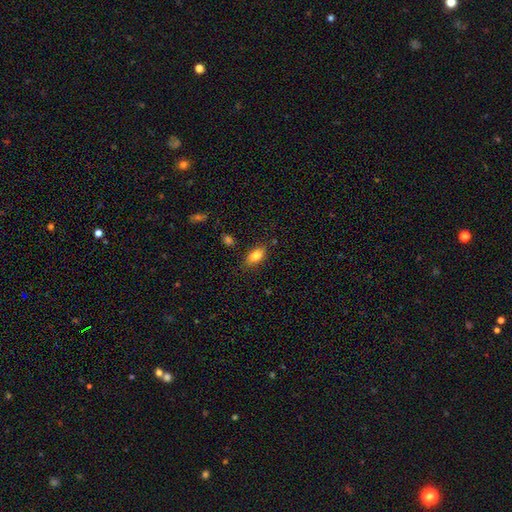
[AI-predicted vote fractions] This appears to be a smooth galaxy with no disk features (81%) that is in between round and cigar-shaped (88%). Merging: none (82%).